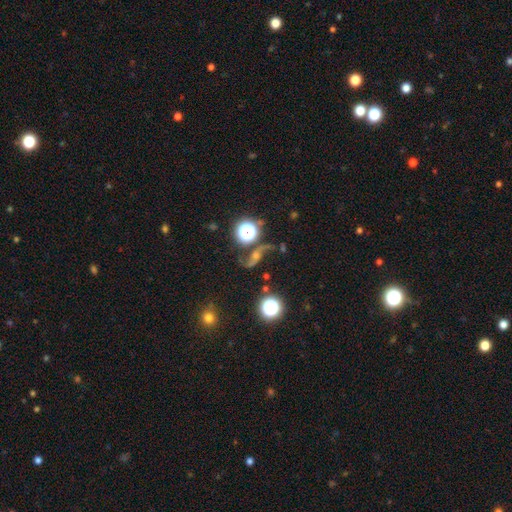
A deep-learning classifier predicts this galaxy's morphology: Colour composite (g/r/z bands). It shows a featured or disk galaxy (63%) with no bar (55%), 2 (90%) loose (82%) spiral arms (92%) and a moderate central bulge (40%). Merging: none (65%).